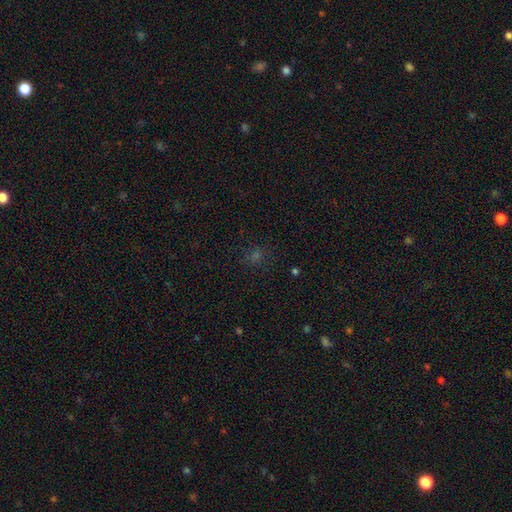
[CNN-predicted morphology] A smooth galaxy with no disk features (47%).

Vote fractions:
- Smooth or featured? smooth: 47% / star or artifact: 44% / featured or disk: 9%
- Merging? none: 84% / minor disturbance: 10% / major disturbance: 4% / merger: 2%